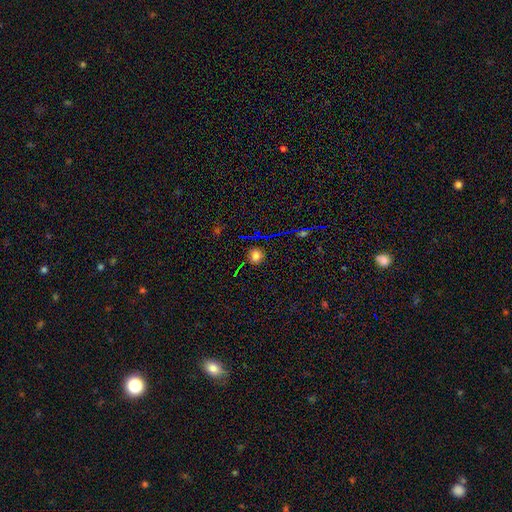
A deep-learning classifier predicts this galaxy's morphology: A smooth galaxy with no disk features (68%) that is round (91%).

Vote fractions:
- Smooth or featured? smooth: 68% / star or artifact: 24% / featured or disk: 8%
- How rounded? round: 91% / in between: 8% / cigar-shaped: 1%
- Merging? none: 86% / minor disturbance: 9% / major disturbance: 3% / merger: 2%